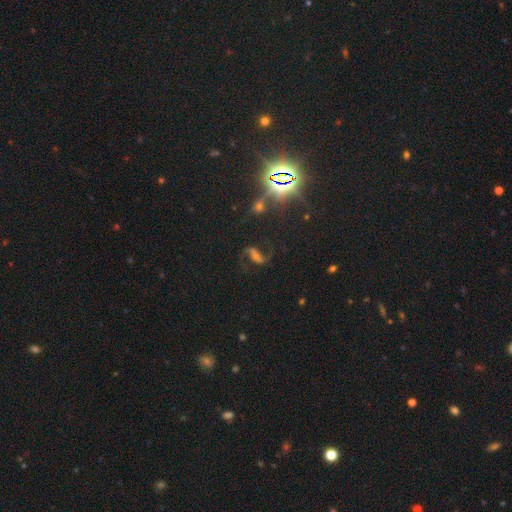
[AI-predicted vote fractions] Smooth or featured: featured or disk — 59% (star or artifact — 29%)
Edge-on disk: no — 94% (yes — 6%)
Bar: strong — 49% (weak — 30%)
Spiral arms: yes — 92% (no — 8%)
Spiral winding: loose — 68% (medium — 26%)
Spiral arm count: 2 — 91% (1 — 4%)
Bulge size: none — 42% (small — 26%)
Merging: none — 69% (minor disturbance — 14%)